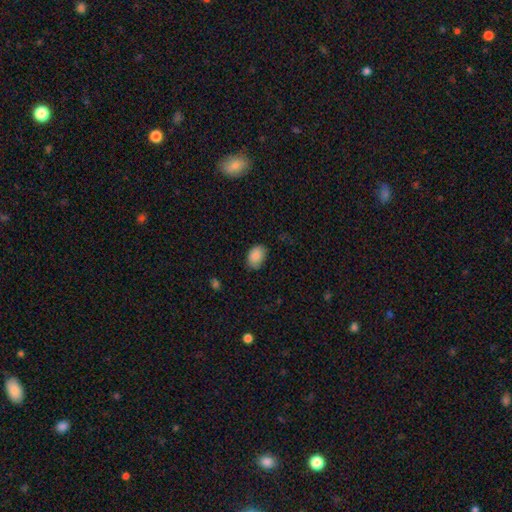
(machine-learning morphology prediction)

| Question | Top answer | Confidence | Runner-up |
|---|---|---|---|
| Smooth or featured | smooth | 89% | star or artifact (7%) |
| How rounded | in between | 82% | round (17%) |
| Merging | none | 80% | minor disturbance (16%) |